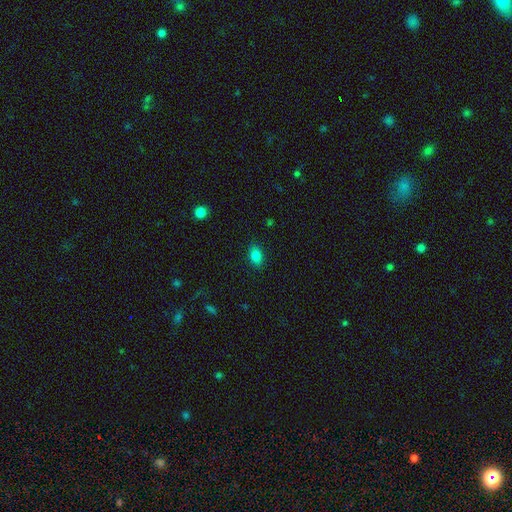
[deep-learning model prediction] A smooth galaxy with no disk features (83%) that is in between round and cigar-shaped (84%).

Vote fractions:
- Smooth or featured? smooth: 83% / star or artifact: 10% / featured or disk: 6%
- How rounded? in between: 84% / round: 14% / cigar-shaped: 2%
- Merging? none: 87% / minor disturbance: 10% / major disturbance: 2% / merger: 1%